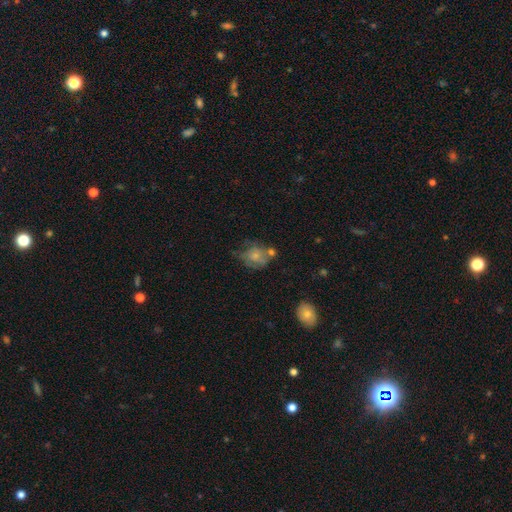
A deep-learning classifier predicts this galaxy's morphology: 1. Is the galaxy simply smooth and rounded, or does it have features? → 59% smooth, 31% featured or disk, 10% star or artifact.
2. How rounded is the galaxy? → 56% round, 43% in between, 1% cigar-shaped.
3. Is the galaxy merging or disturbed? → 40% none, 25% minor disturbance, 18% major disturbance, 16% merger.